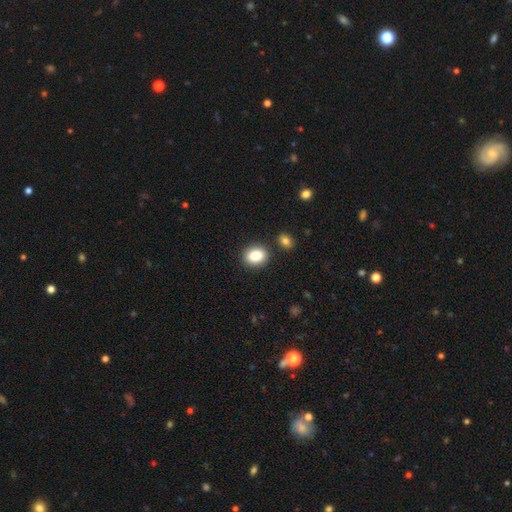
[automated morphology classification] smooth-or-featured: smooth: 84% | star or artifact: 9% | featured or disk: 7%
  how-rounded: in between: 53% | round: 46% | cigar-shaped: 1%
  merging: none: 84% | minor disturbance: 8% | merger: 5% | major disturbance: 2%